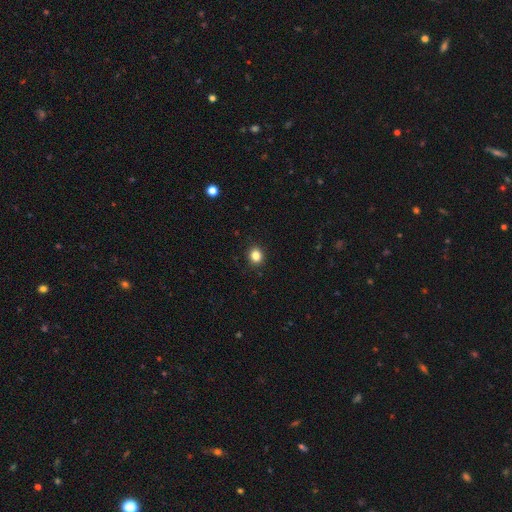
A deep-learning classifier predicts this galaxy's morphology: Smooth or featured? smooth (85%)
How rounded? round (75%)
Merging? none (91%)